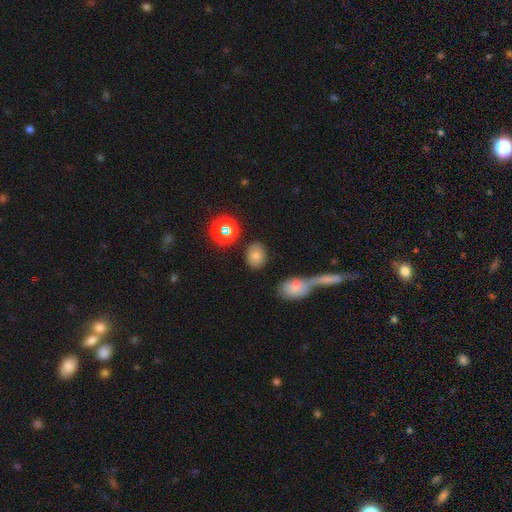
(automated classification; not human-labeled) smooth_or_featured: smooth (p=0.72) [alt: star or artifact p=0.15]
how_rounded: in between (p=0.62) [alt: round p=0.36]
merging: none (p=0.79) [alt: minor disturbance p=0.10]